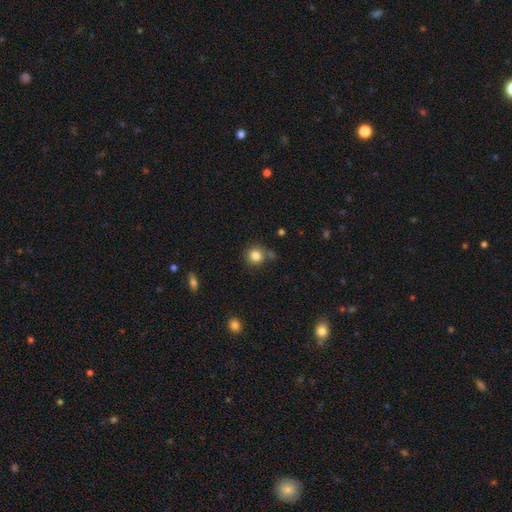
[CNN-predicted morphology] Smooth or featured? smooth (83%)
How rounded? round (90%)
Merging? none (72%)